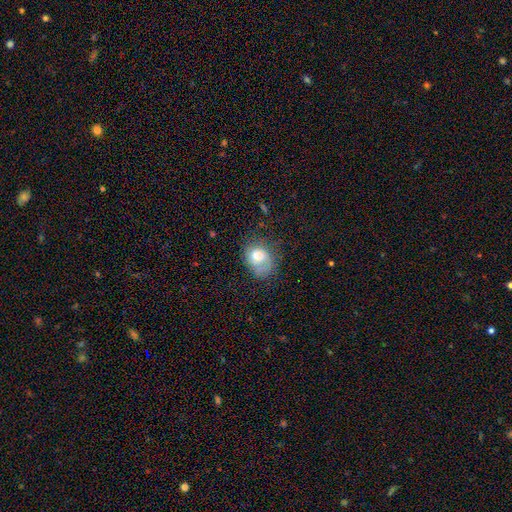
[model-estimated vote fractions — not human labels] smooth 68%, featured or disk 23%, star or artifact 9%. Down the decision tree: how rounded — in between (56%); merging — none (39%).